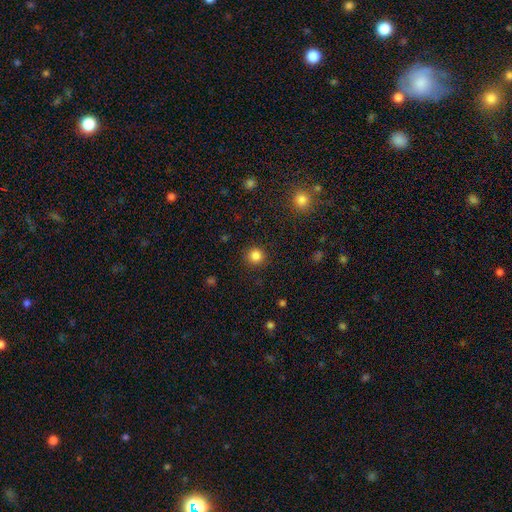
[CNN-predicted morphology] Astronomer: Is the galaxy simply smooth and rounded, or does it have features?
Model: smooth — 85%.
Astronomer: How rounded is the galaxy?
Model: round — 93%.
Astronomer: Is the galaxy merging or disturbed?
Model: none — 91%.